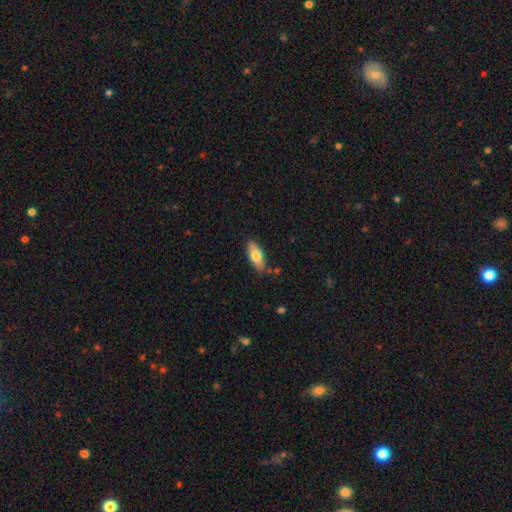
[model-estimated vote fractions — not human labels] Smooth or featured? Predicted: smooth (p=0.75). How rounded? Predicted: in between (p=0.82). Merging? Predicted: none (p=0.82).